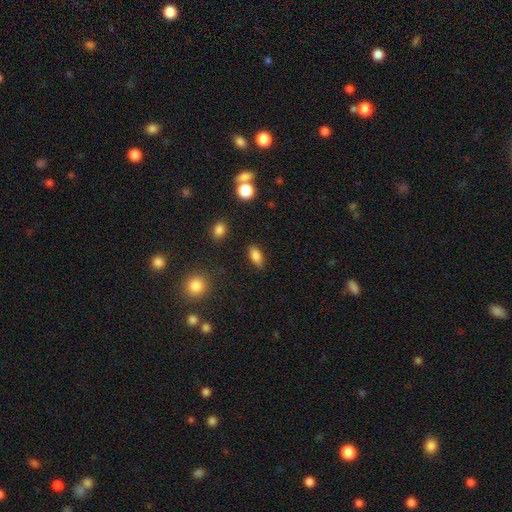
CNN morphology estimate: This is clearly a smooth galaxy (84%). How rounded: clearly in between (87%). Merging: clearly none (87%).